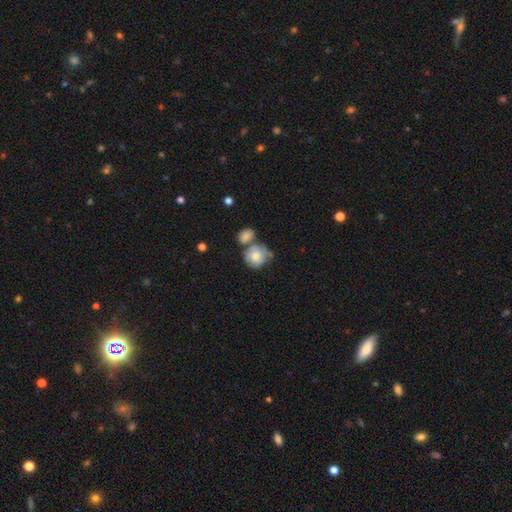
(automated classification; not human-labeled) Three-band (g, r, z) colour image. It shows a smooth galaxy with no disk features (70%) that is round (76%). Merging: merger (39%).